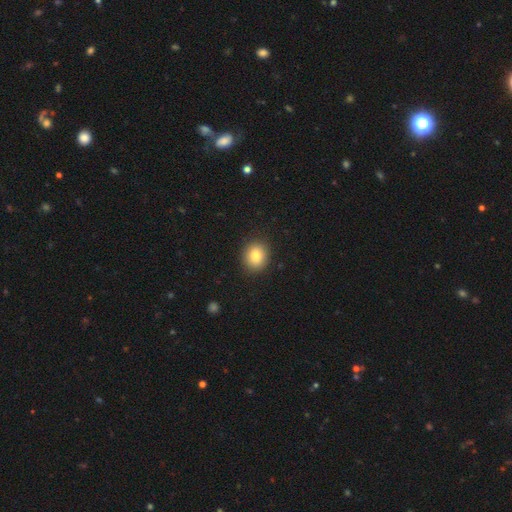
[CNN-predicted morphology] The model was most divided on "how rounded": round: 73%, in between: 26%, cigar-shaped: 1%. More confident: merging — none (90%); smooth or featured — smooth (81%).